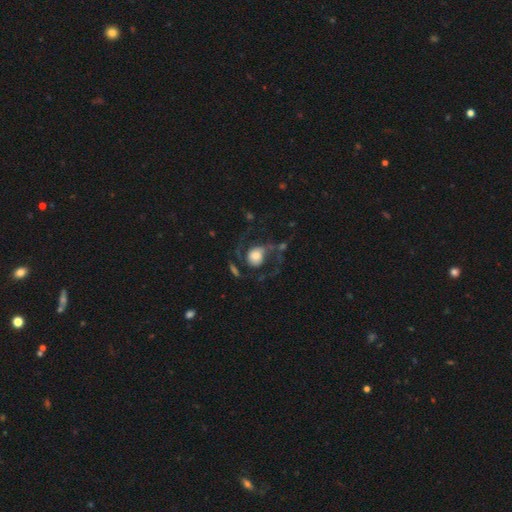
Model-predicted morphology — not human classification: smooth-or-featured: featured or disk: 66% | smooth: 26% | star or artifact: 8%
  disk-edge-on: no: 97% | yes: 3%
    bar: no: 69% | weak: 23% | strong: 8%
    has-spiral-arms: yes: 89% | no: 11%
      spiral-winding: loose: 53% | medium: 38% | tight: 9%
      spiral-arm-count: 2: 80% | 1: 8% | 3: 5% | can't tell: 4% | 4: 2% | more than 4: 2%
    bulge-size: large: 33% (tied) | moderate: 33% (tied) | small: 18% | dominant: 13% | none: 4%
  merging: none: 48% | major disturbance: 30% | minor disturbance: 16% | merger: 5%